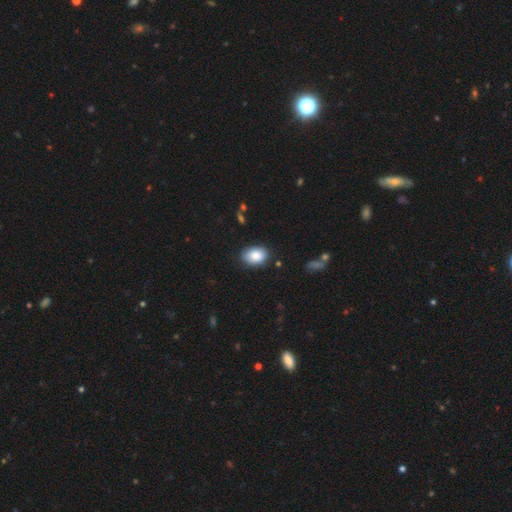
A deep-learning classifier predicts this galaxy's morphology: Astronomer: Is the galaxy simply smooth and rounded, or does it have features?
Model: smooth — 85%.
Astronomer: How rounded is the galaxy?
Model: in between — 83%.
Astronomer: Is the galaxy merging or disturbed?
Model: none — 83%.